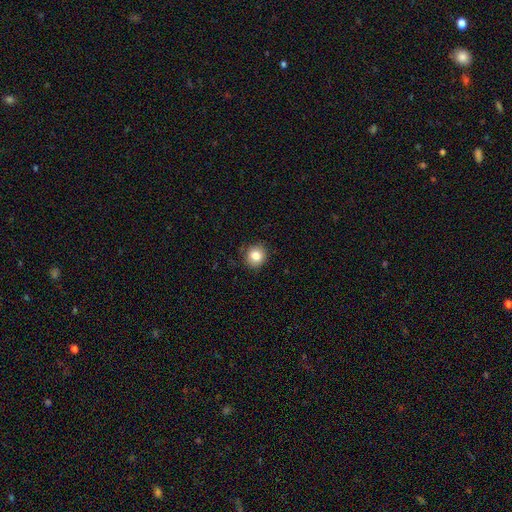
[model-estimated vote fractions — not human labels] Morphology: type=smooth (82%); roundness=round (87%); merging=none (86%).